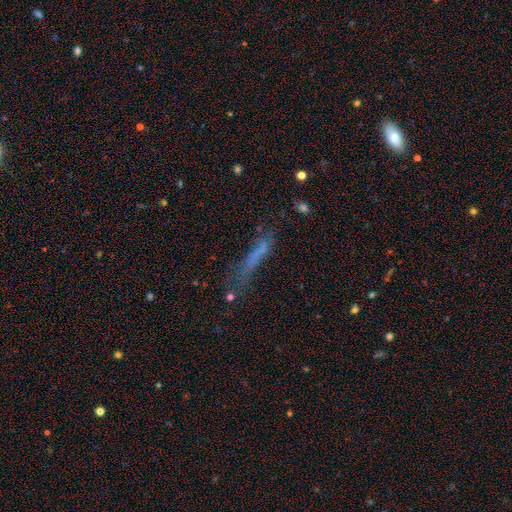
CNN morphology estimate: This is possibly a smooth galaxy (50%). How rounded: clearly cigar-shaped (86%). Merging: possibly none (50%).